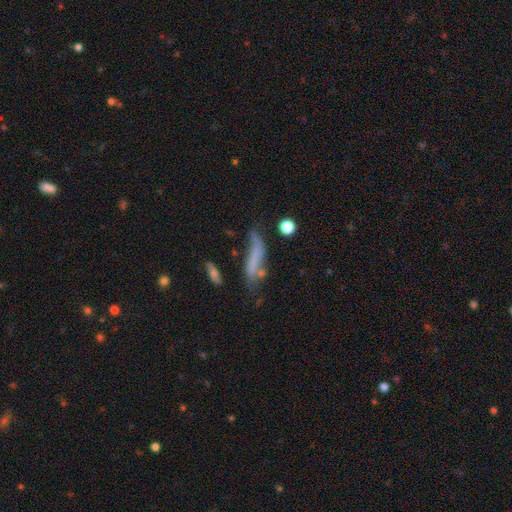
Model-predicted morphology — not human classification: type=smooth (52%); roundness=cigar-shaped (69%); merging=none (41%).